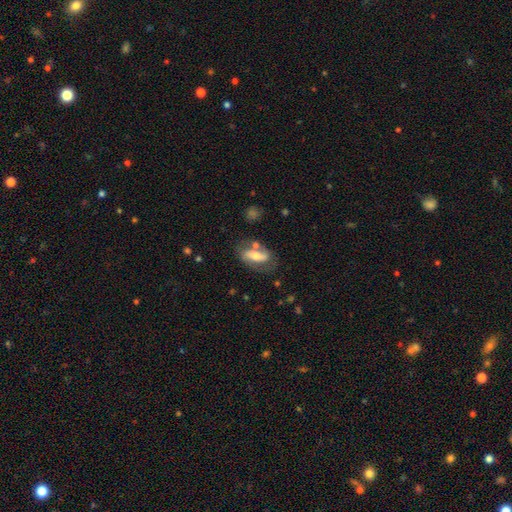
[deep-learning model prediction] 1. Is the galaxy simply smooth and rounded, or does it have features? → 55% featured or disk, 39% smooth, 7% star or artifact.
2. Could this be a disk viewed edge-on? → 86% no, 14% yes.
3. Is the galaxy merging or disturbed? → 60% none, 20% minor disturbance, 11% merger, 10% major disturbance.